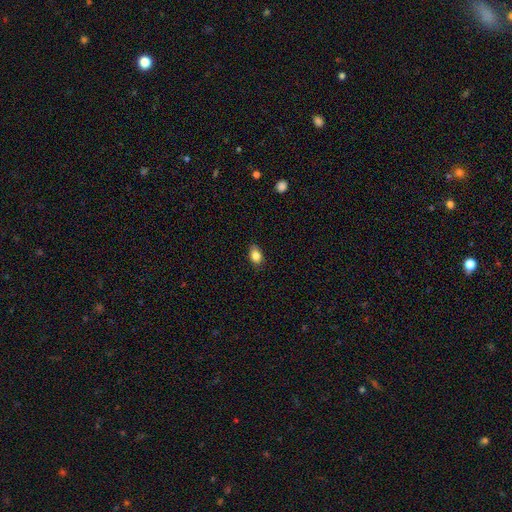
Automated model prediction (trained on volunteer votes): Smooth or featured?
  - smooth: 84% *
  - star or artifact: 9%
  - featured or disk: 7%
How rounded?
  - in between: 77% *
  - round: 21%
  - cigar-shaped: 2%
Merging?
  - none: 83% *
  - minor disturbance: 14%
  - major disturbance: 2%
  - merger: 1%